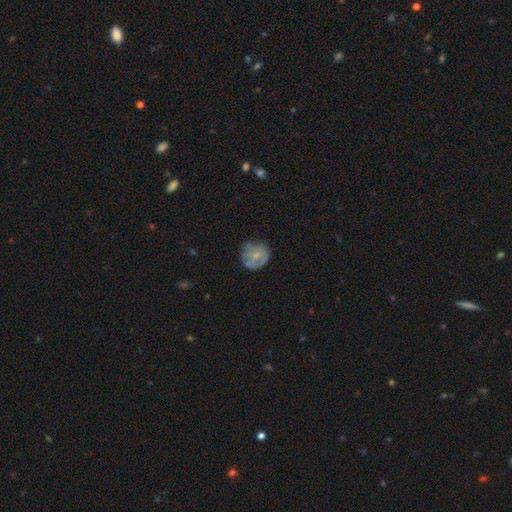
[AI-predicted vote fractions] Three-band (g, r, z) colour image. It shows a smooth galaxy with no disk features (61%) that is round (89%). Merging: none (67%).